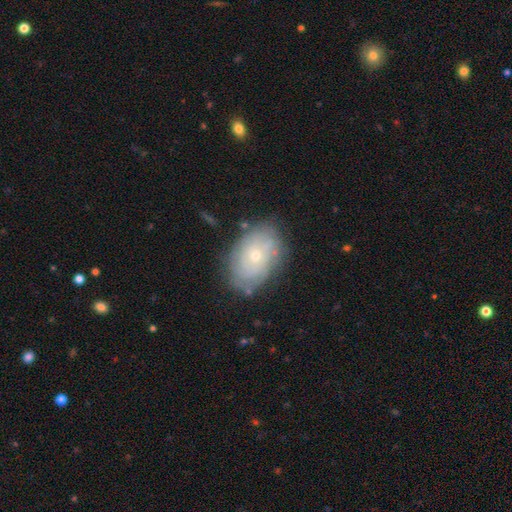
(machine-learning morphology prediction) The model was most divided on "bulge size": small: 62%, moderate: 34%, large: 1%, none: 1%, dominant: 1%. More confident: edge-on disk — no (95%); bar — no (83%); spiral arms — yes (77%); merging — none (76%); smooth or featured — featured or disk (66%).